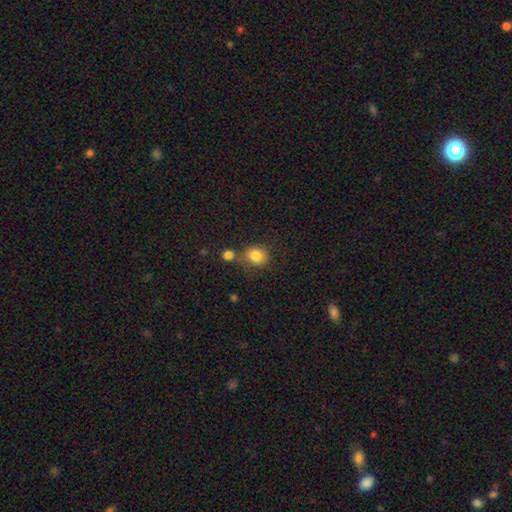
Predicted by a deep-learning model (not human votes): Smooth or featured? Predicted: smooth (p=0.83). How rounded? Predicted: round (p=0.81). Merging? Predicted: none (p=0.61).